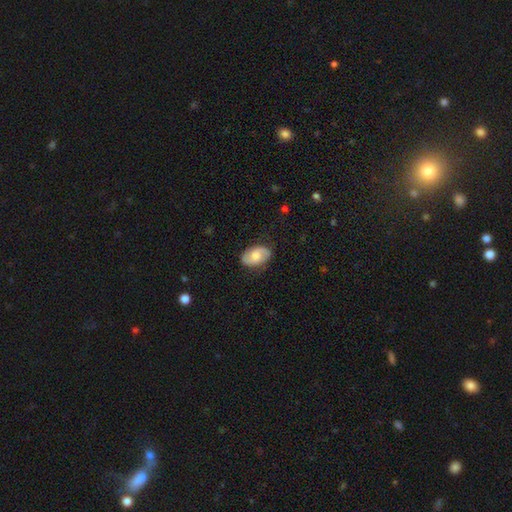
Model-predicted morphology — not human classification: Smooth or featured? Predicted: smooth (p=0.49). Merging? Predicted: none (p=0.82).